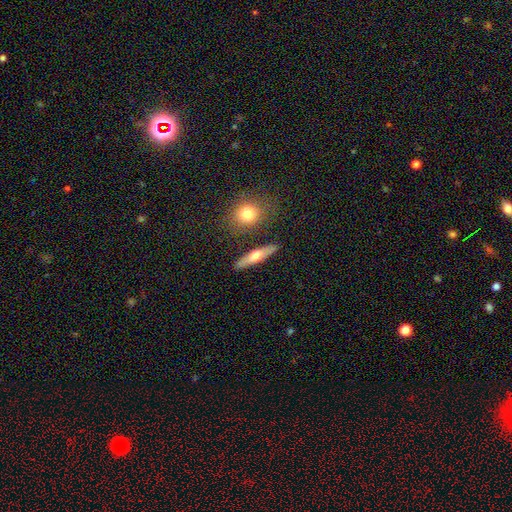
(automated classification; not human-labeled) Smooth or featured: smooth — 52% (featured or disk — 41%)
How rounded: cigar-shaped — 73% (in between — 22%)
Merging: none — 85% (minor disturbance — 9%)